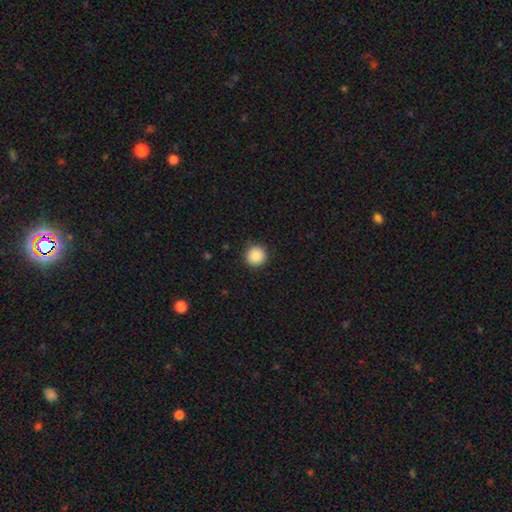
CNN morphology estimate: smooth 89%, star or artifact 9%, featured or disk 3%. Down the decision tree: how rounded — round (95%); merging — none (91%).